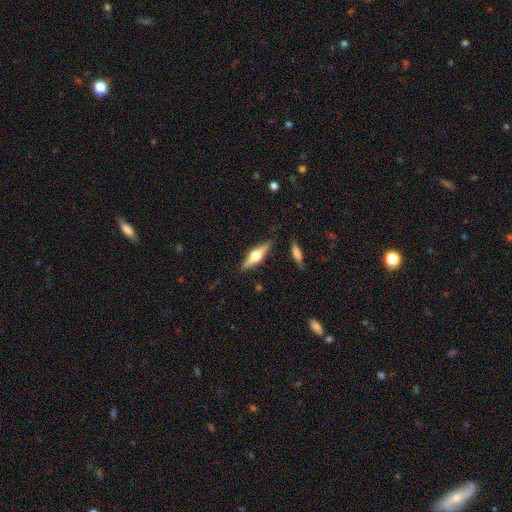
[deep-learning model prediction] smooth-or-featured: featured or disk: 63% | smooth: 31% | star or artifact: 6%
  disk-edge-on: yes: 95% | no: 5%
    edge-on-bulge: rounded: 94% | boxy: 4% | none: 1%
  merging: none: 86% | minor disturbance: 10% | merger: 3% | major disturbance: 2%